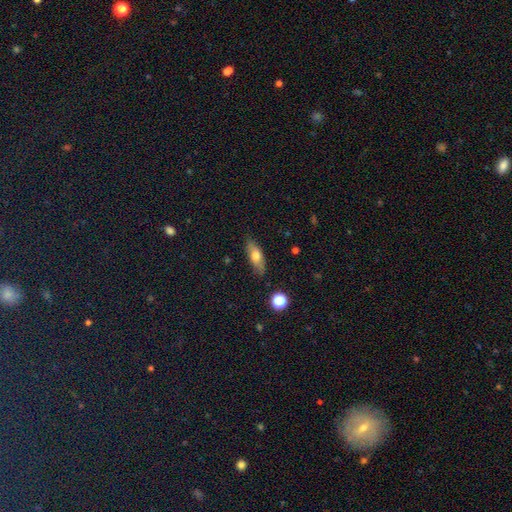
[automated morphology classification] smooth-or-featured: smooth: 65% | featured or disk: 27% | star or artifact: 8%
  how-rounded: in between: 63% | cigar-shaped: 33% | round: 4%
  merging: none: 83% | minor disturbance: 13% | major disturbance: 3% | merger: 2%